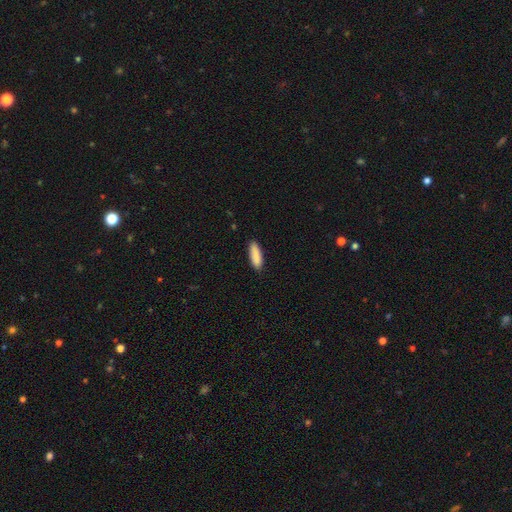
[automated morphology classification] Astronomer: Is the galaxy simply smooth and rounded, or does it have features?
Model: smooth — 90%.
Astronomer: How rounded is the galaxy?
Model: in between — 54% (runner-up: cigar-shaped, 45%).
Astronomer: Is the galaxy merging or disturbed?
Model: none — 88%.